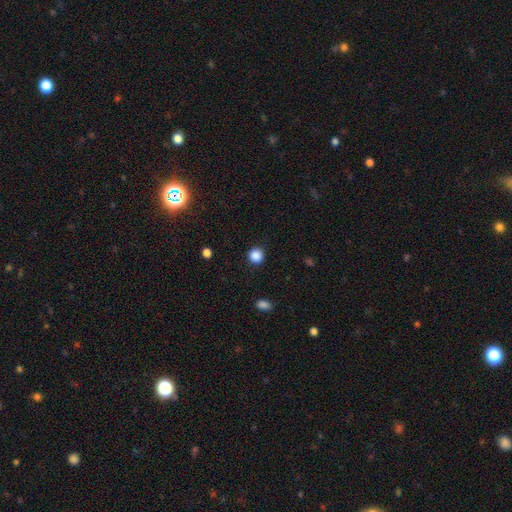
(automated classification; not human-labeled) Smooth or featured? Predicted: smooth (p=0.87). How rounded? Predicted: round (p=0.93). Merging? Predicted: none (p=0.91).